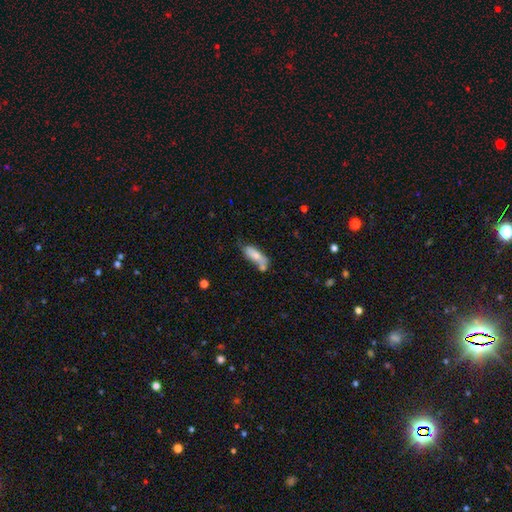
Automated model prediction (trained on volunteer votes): A smooth galaxy with no disk features (69%) that is in between round and cigar-shaped (62%). Merging: none (35%).